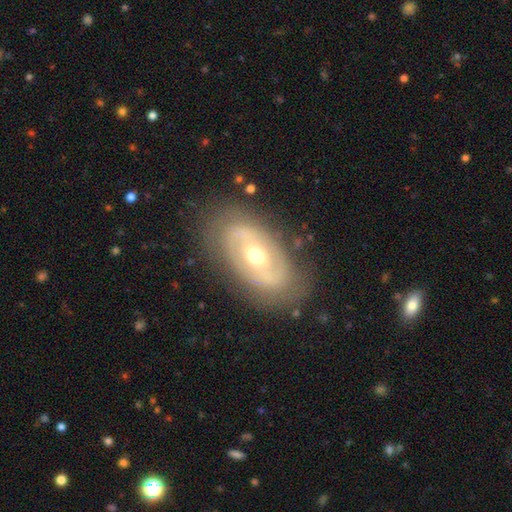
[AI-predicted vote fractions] The model was most divided on "spiral arms": yes: 54%, no: 46%. More confident: edge-on disk — no (92%); merging — none (82%); smooth or featured — featured or disk (72%); bulge size — moderate (71%); bar — no (57%).